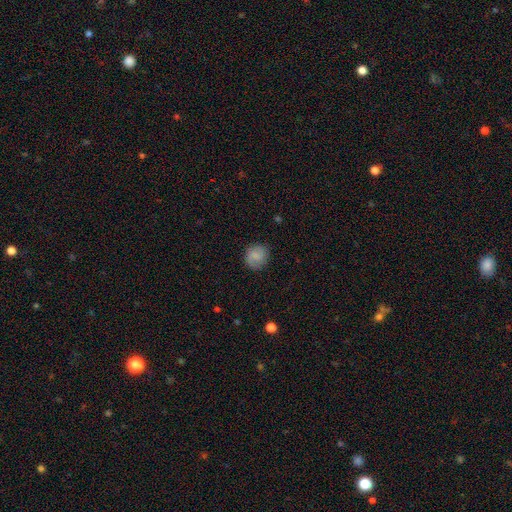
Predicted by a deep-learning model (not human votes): smooth_or_featured: smooth (p=0.72) [alt: featured or disk p=0.20]
how_rounded: round (p=0.82) [alt: in between p=0.17]
merging: none (p=0.83) [alt: minor disturbance p=0.12]